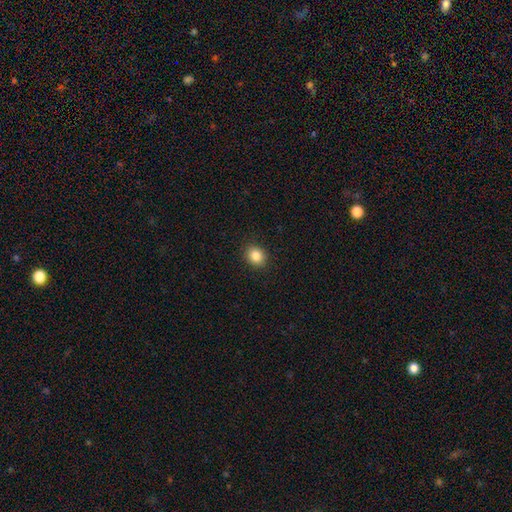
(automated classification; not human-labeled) This appears to be a smooth galaxy with no disk features (86%) that is round (60%). Merging: none (90%).